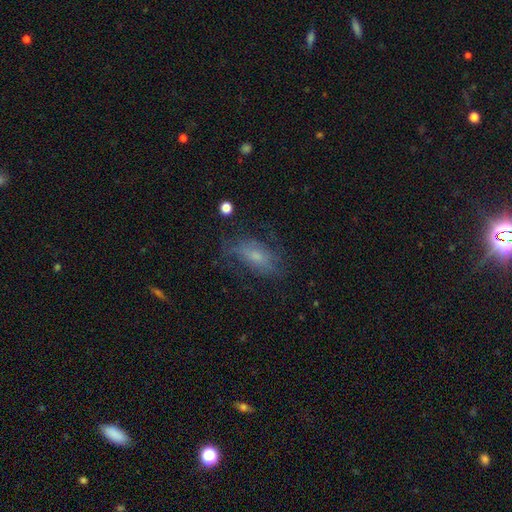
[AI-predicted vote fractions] Smooth or featured? featured or disk (46%)
Merging? none (57%)